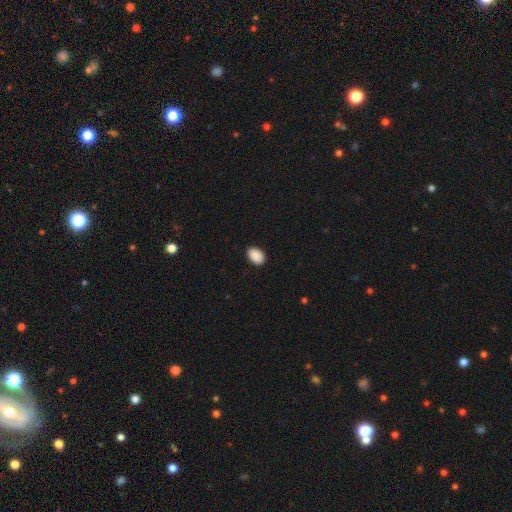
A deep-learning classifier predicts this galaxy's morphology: Overall: smooth (90%). How rounded: in between (84%). Merging: none (89%).